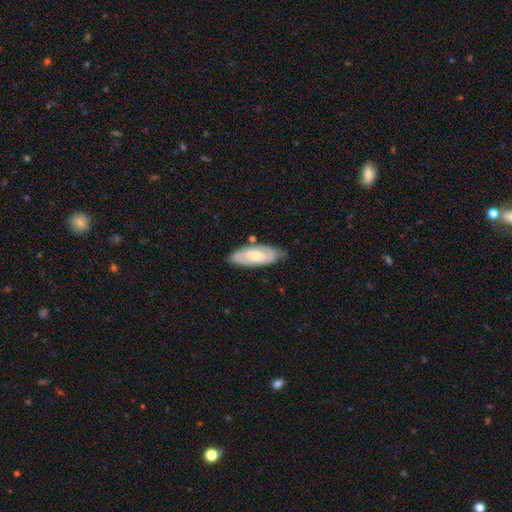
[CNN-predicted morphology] A featured or disk galaxy (52%).

Vote fractions:
- Smooth or featured? featured or disk: 52% / smooth: 42% / star or artifact: 6%
- Edge-on disk? no: 85% / yes: 15%
- Merging? none: 73% / minor disturbance: 20% / major disturbance: 4% / merger: 3%